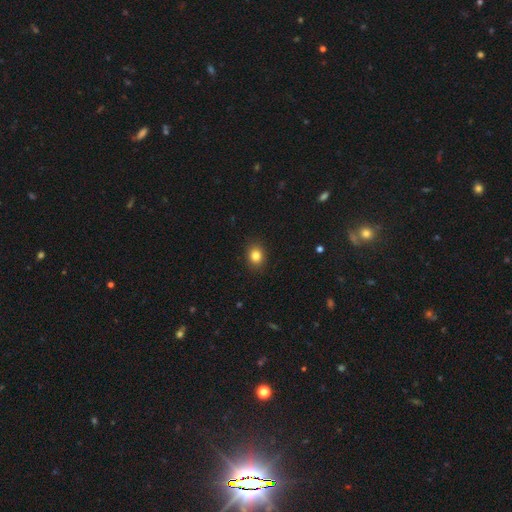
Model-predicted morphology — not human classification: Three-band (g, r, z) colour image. It shows a smooth galaxy with no disk features (83%) that is round (57%). Merging: none (90%).